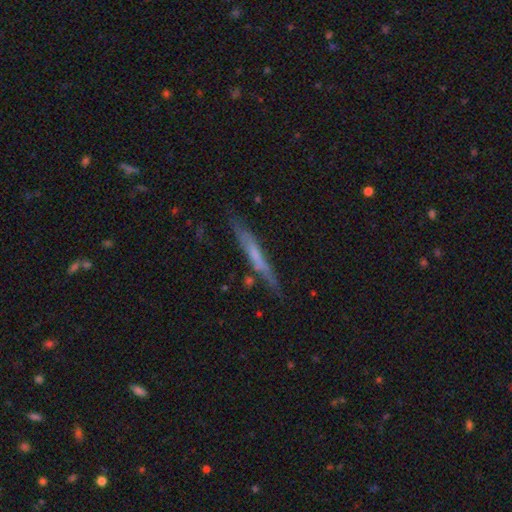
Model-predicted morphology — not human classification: This appears to be a featured or disk galaxy (49%). Merging: none (75%).